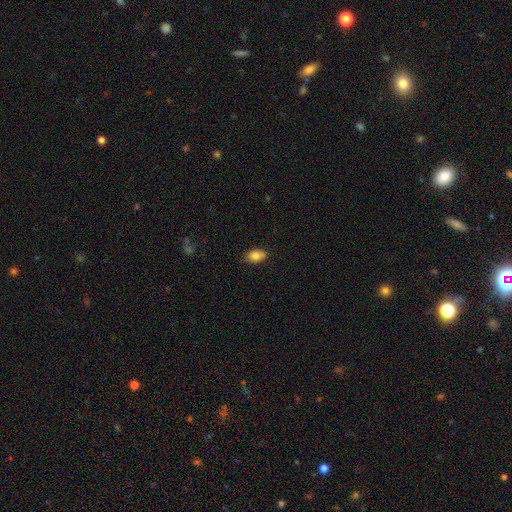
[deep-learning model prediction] smooth 82%, featured or disk 10%, star or artifact 8%. Down the decision tree: how rounded — in between (87%); merging — none (76%).